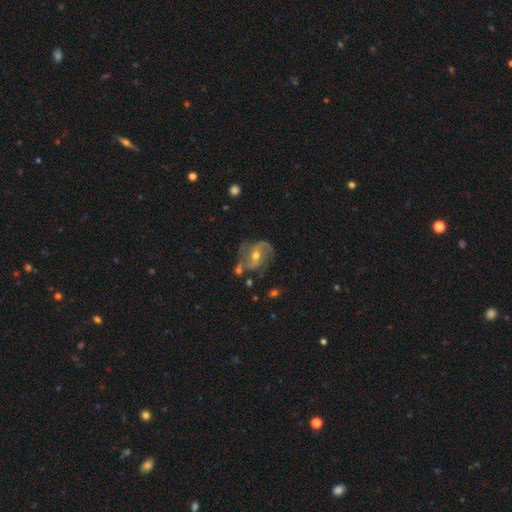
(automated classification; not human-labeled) smooth_or_featured: featured or disk (p=0.84) [alt: smooth p=0.09]
disk_edge_on: no (p=0.97) [alt: yes p=0.03]
bar: weak (p=0.43) [alt: no p=0.34]
has_spiral_arms: yes (p=0.94) [alt: no p=0.06]
spiral_winding: medium (p=0.49) [alt: loose p=0.34]
spiral_arm_count: 2 (p=0.84) [alt: can't tell p=0.05]
bulge_size: moderate (p=0.67) [alt: small p=0.29]
merging: none (p=0.64) [alt: minor disturbance p=0.20]